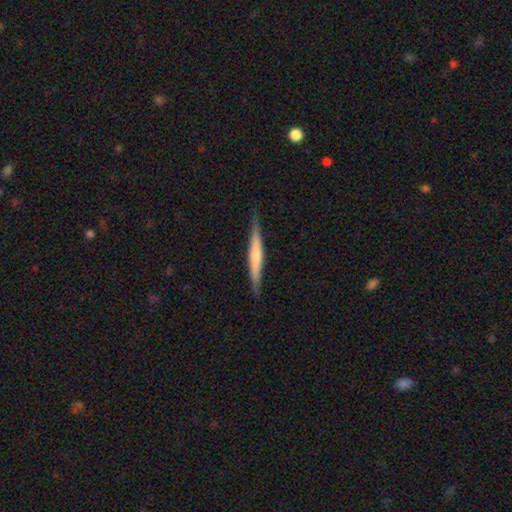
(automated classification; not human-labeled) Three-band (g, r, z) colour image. It shows a featured or disk galaxy (49%). Merging: none (87%).